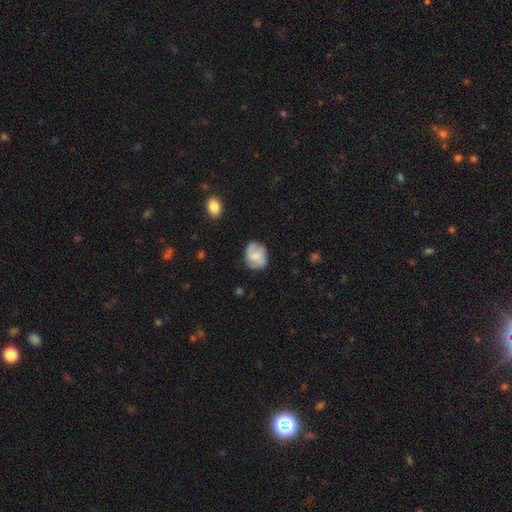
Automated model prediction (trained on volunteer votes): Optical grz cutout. It shows a featured or disk galaxy (55%) with no bar (55%), spiral arms (90%) and a small central bulge (44%). Merging: none (75%).